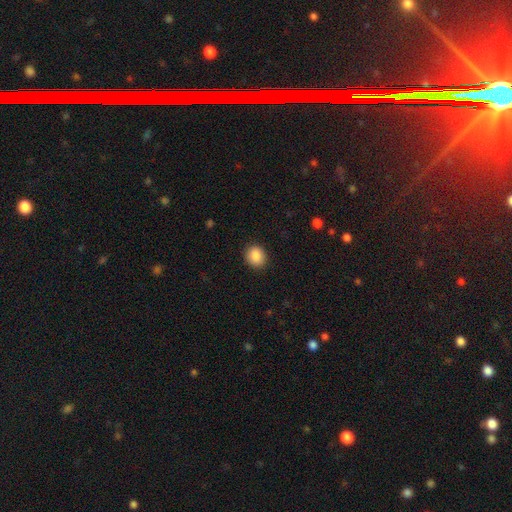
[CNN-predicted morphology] This is clearly a smooth galaxy (88%). How rounded: likely round (69%). Merging: clearly none (89%).